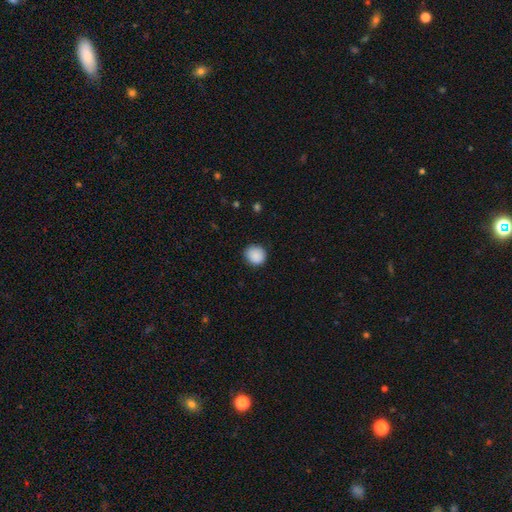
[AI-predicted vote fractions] Smooth or featured?
  - smooth: 89% *
  - star or artifact: 8%
  - featured or disk: 3%
How rounded?
  - round: 83% *
  - in between: 16%
  - cigar-shaped: 1%
Merging?
  - none: 85% *
  - minor disturbance: 11%
  - major disturbance: 3%
  - merger: 1%